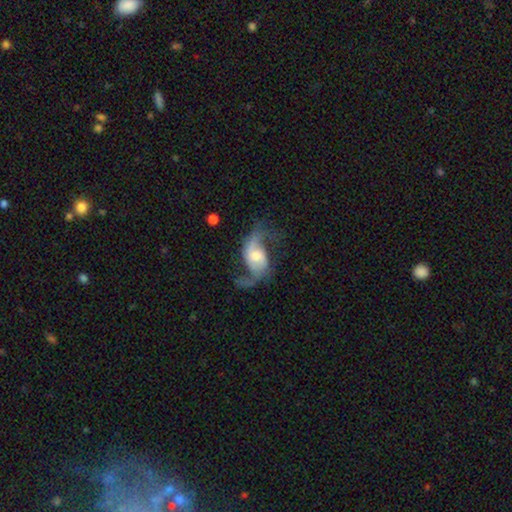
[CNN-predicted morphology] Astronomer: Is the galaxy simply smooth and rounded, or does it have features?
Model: featured or disk — 84%.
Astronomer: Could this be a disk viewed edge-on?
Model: no — 97%.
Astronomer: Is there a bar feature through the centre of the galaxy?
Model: weak — 43%, tied with no at 43%.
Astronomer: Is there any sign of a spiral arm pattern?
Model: yes — 94%.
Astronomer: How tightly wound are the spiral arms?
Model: loose — 76%.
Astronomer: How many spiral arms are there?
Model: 2 — 90%.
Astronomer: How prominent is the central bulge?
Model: moderate — 55% (runner-up: small, 31%).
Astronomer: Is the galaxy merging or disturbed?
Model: none — 56%.